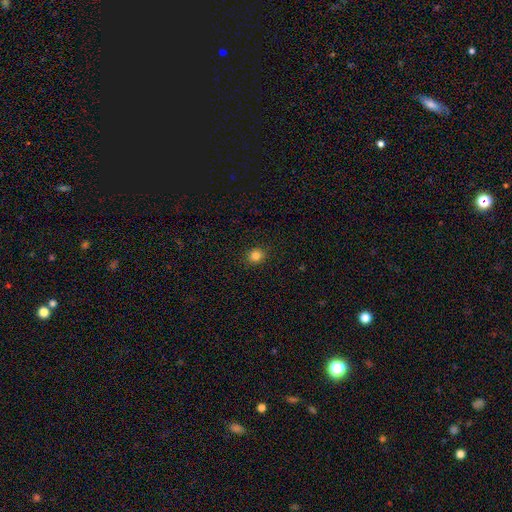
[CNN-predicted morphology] Smooth or featured?
  - smooth: 83% *
  - star or artifact: 12%
  - featured or disk: 4%
How rounded?
  - round: 80% *
  - in between: 19%
  - cigar-shaped: 1%
Merging?
  - none: 91% *
  - minor disturbance: 6%
  - major disturbance: 2%
  - merger: 1%